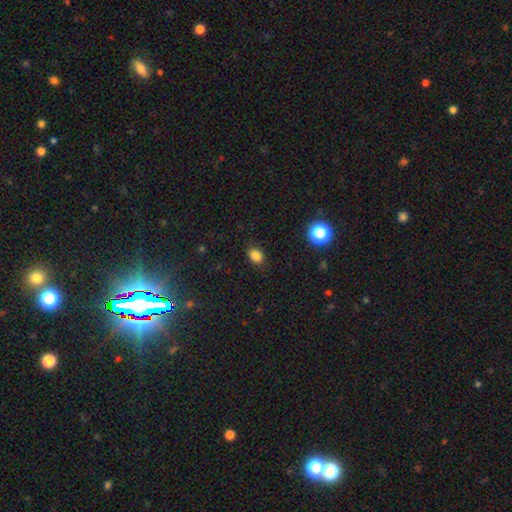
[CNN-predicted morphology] This appears to be a smooth galaxy with no disk features (82%) that is in between round and cigar-shaped (63%). Merging: none (83%).